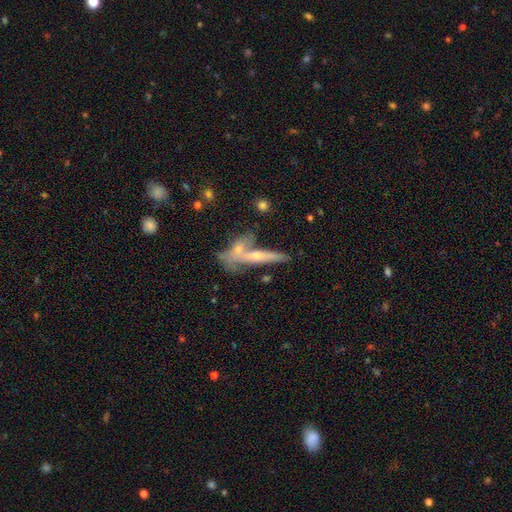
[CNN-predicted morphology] The model was most divided on "merging": none: 49%, merger: 34%, minor disturbance: 11%, major disturbance: 5%. More confident: edge-on disk — yes (81%); smooth or featured — featured or disk (55%).